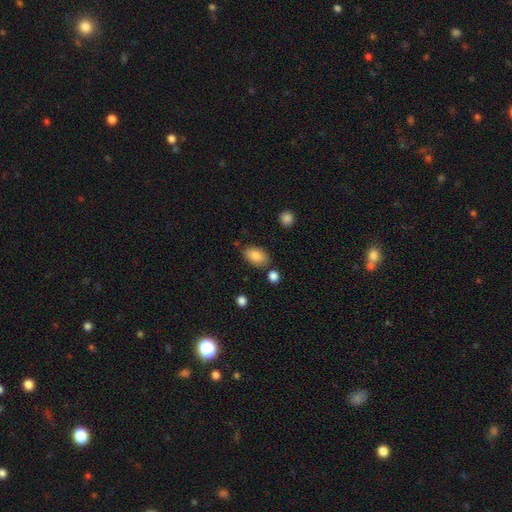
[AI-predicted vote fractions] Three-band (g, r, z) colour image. It shows a smooth galaxy with no disk features (85%) that is in between round and cigar-shaped (91%). Merging: none (78%).